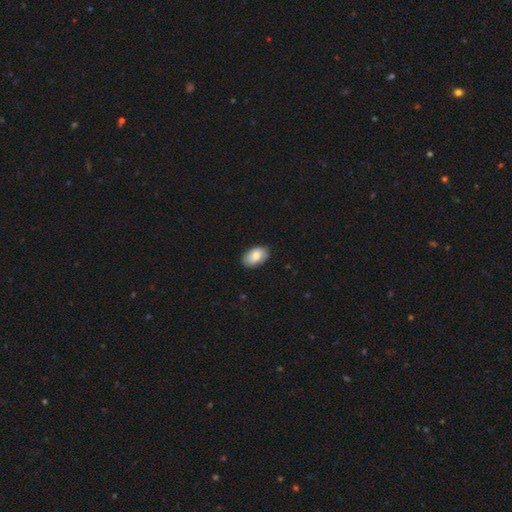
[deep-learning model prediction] smooth_or_featured: smooth (p=0.80) [alt: featured or disk p=0.14]
how_rounded: in between (p=0.93) [alt: round p=0.06]
merging: none (p=0.87) [alt: minor disturbance p=0.10]